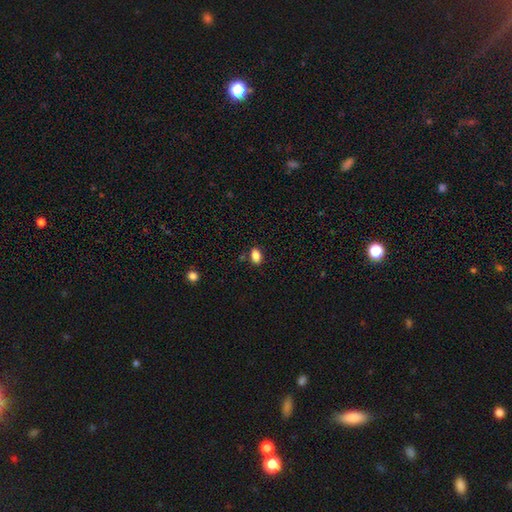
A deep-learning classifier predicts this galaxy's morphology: This is clearly a smooth galaxy (86%). How rounded: clearly in between (87%). Merging: clearly none (84%).